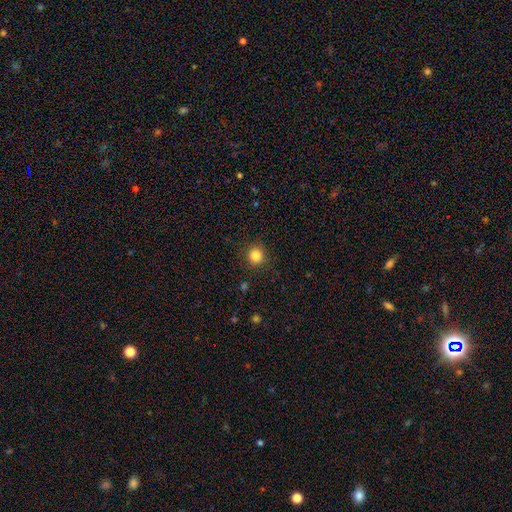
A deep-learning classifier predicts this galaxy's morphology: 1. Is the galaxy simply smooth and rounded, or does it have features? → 84% smooth, 12% star or artifact, 4% featured or disk.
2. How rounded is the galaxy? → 92% round, 7% in between, 1% cigar-shaped.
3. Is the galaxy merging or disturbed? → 90% none, 7% minor disturbance, 3% major disturbance, 1% merger.